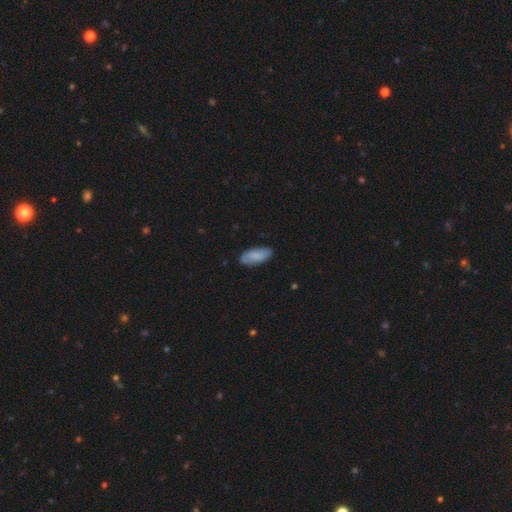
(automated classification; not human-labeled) A smooth galaxy with no disk features (80%) that is in between round and cigar-shaped (83%).

Vote fractions:
- Smooth or featured? smooth: 80% / featured or disk: 14% / star or artifact: 6%
- How rounded? in between: 83% / cigar-shaped: 15% / round: 2%
- Merging? none: 82% / minor disturbance: 14% / major disturbance: 2% / merger: 1%